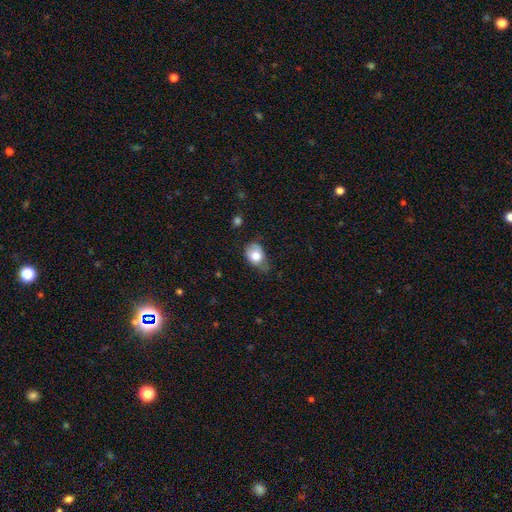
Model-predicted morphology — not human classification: smooth-or-featured: smooth: 75% | featured or disk: 17% | star or artifact: 8%
  how-rounded: in between: 72% | round: 27% | cigar-shaped: 1%
  merging: minor disturbance: 45% | none: 35% | major disturbance: 18% | merger: 3%